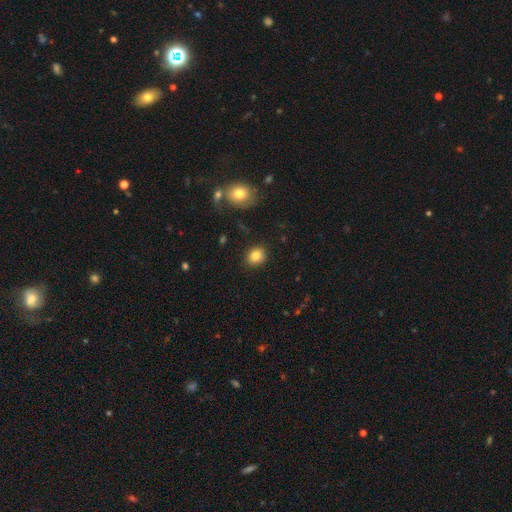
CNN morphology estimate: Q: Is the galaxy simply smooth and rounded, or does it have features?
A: smooth — 84%.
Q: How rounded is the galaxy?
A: round — 67%.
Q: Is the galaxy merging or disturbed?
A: none — 88%.